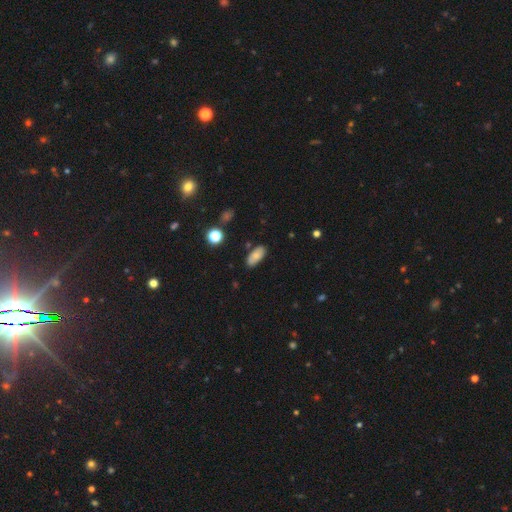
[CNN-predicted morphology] smooth 78%, featured or disk 13%, star or artifact 9%. Down the decision tree: how rounded — in between (90%); merging — none (82%).